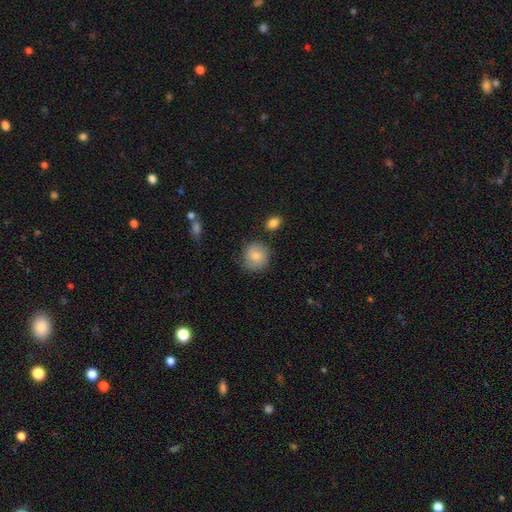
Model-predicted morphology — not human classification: This appears to be a smooth galaxy with no disk features (82%) that is round (89%). Merging: none (78%).